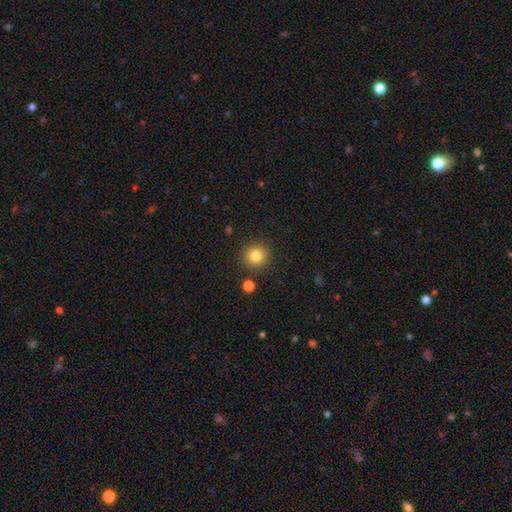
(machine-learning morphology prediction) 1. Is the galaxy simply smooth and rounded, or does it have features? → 83% smooth, 11% star or artifact, 6% featured or disk.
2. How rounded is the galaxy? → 93% round, 6% in between, 1% cigar-shaped.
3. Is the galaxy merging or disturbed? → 88% none, 7% minor disturbance, 3% merger, 2% major disturbance.